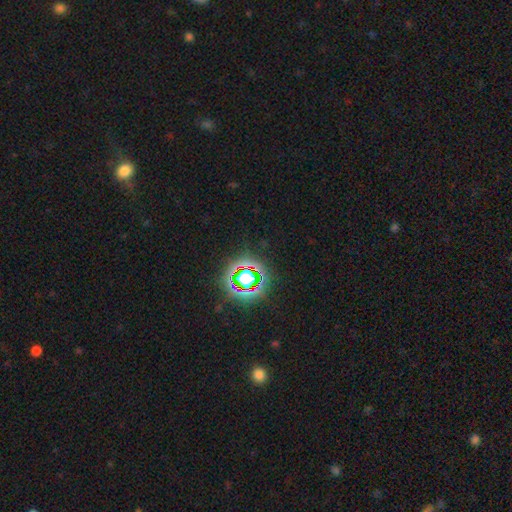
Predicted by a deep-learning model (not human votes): star or artifact 80%, smooth 13%, featured or disk 8%.